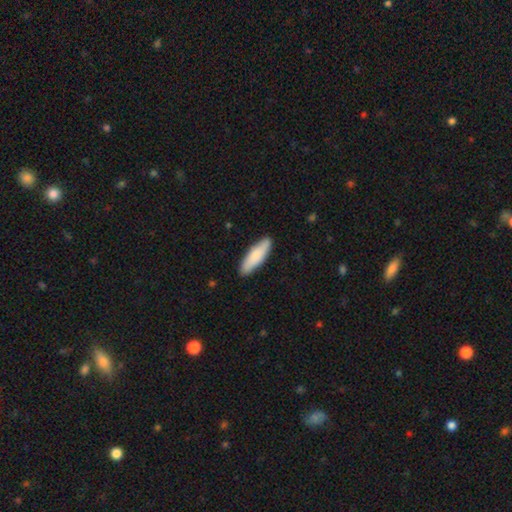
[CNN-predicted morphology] The model was most divided on "how rounded": cigar-shaped: 57%, in between: 41%, round: 2%. More confident: merging — none (88%); smooth or featured — smooth (80%).